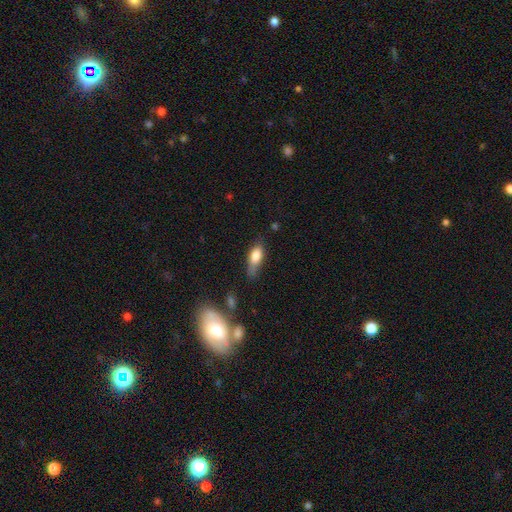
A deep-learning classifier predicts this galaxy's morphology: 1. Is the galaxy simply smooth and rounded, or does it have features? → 74% smooth, 18% featured or disk, 8% star or artifact.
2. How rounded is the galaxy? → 73% in between, 23% cigar-shaped, 4% round.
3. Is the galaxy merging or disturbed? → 47% none, 36% minor disturbance, 12% major disturbance, 5% merger.